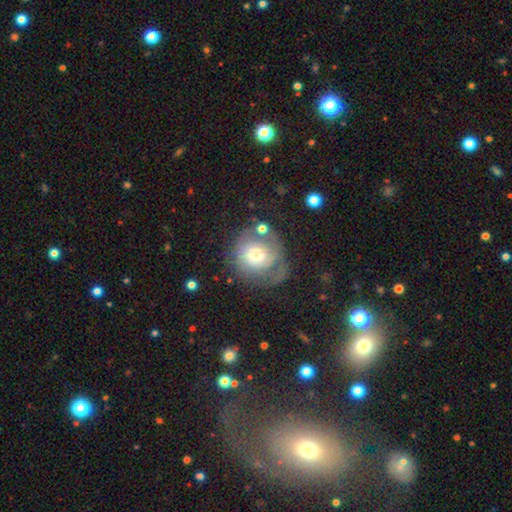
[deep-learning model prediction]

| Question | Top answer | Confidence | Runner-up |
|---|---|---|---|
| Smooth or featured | featured or disk | 46% | smooth (45%) |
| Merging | none | 44% | major disturbance (27%) |